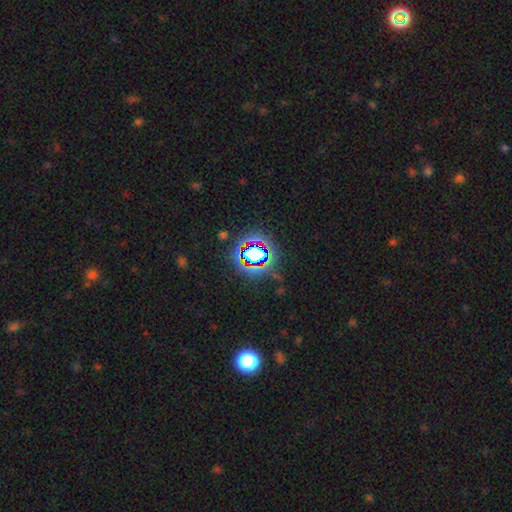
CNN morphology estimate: star or artifact 68%, smooth 20%, featured or disk 13%.